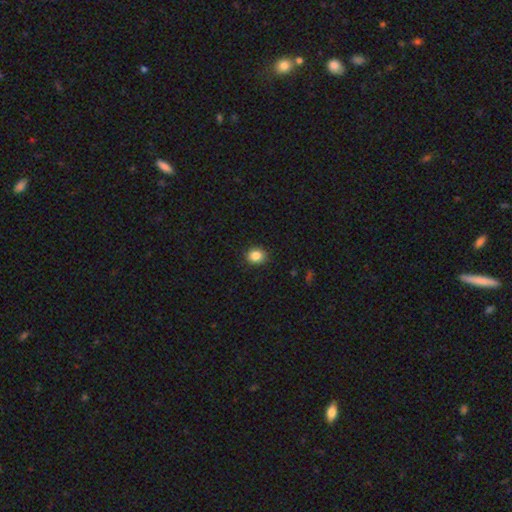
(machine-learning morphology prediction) This appears to be a smooth galaxy with no disk features (85%) that is round (72%). Merging: none (90%).